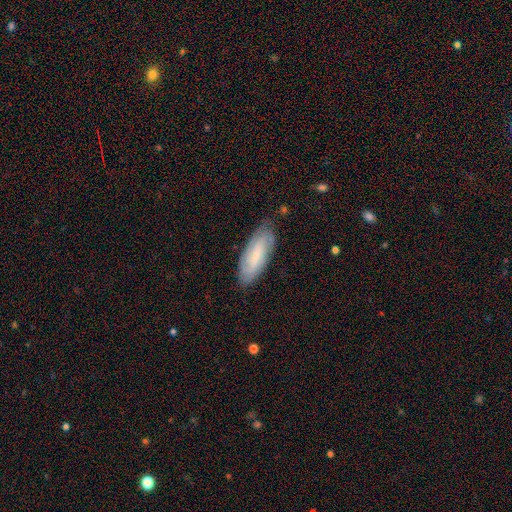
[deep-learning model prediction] Smooth or featured? Predicted: smooth (p=0.49). Merging? Predicted: none (p=0.78).